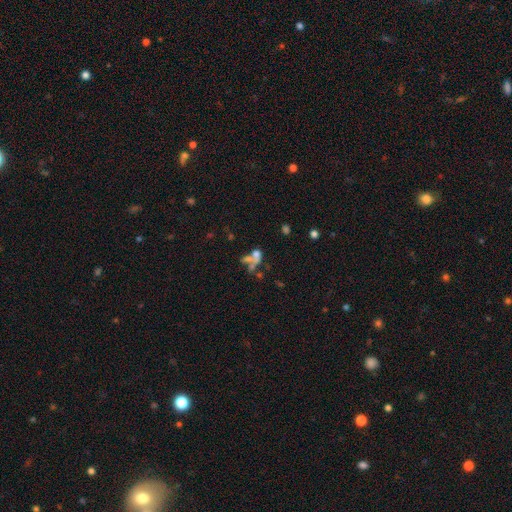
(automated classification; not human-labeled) Smooth or featured?
  - smooth: 42% *
  - featured or disk: 37%
  - star or artifact: 21%
Merging?
  - merger: 51% *
  - none: 21%
  - major disturbance: 19%
  - minor disturbance: 9%